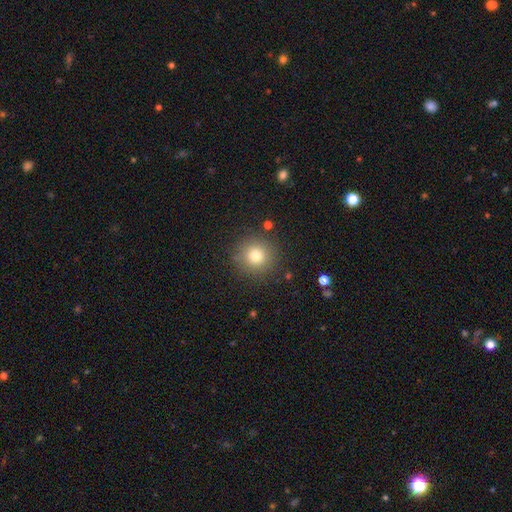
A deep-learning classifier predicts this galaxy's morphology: This appears to be a smooth galaxy with no disk features (78%) that is round (94%). Merging: none (87%).